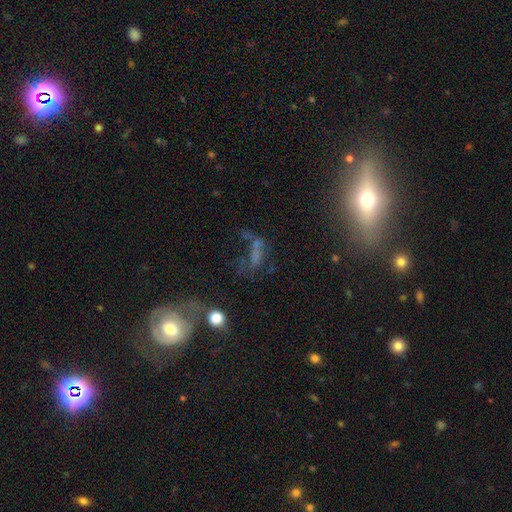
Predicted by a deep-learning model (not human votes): Smooth or featured? smooth (37%)
Merging? none (37%)